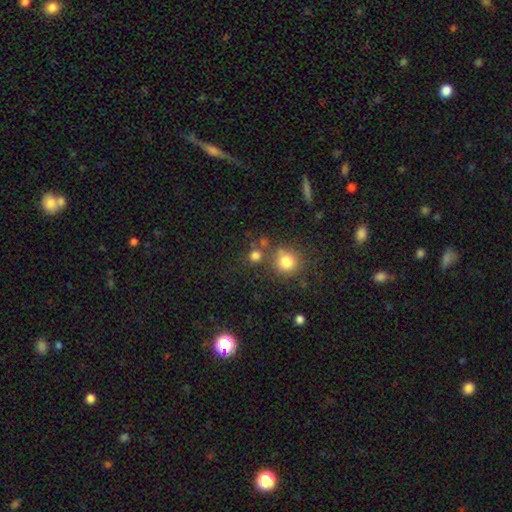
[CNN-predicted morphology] This appears to be a smooth galaxy with no disk features (76%) that is round (86%). Merging: none (68%).